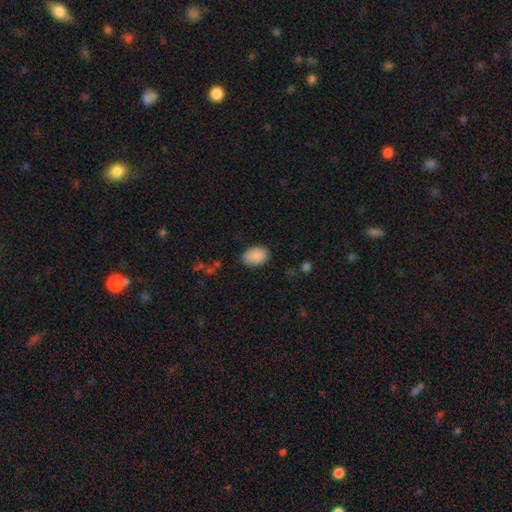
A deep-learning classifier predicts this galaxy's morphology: smooth-or-featured: smooth: 89% | star or artifact: 7% | featured or disk: 4%
  how-rounded: in between: 82% | round: 17% | cigar-shaped: 1%
  merging: none: 85% | minor disturbance: 11% | major disturbance: 3% | merger: 1%